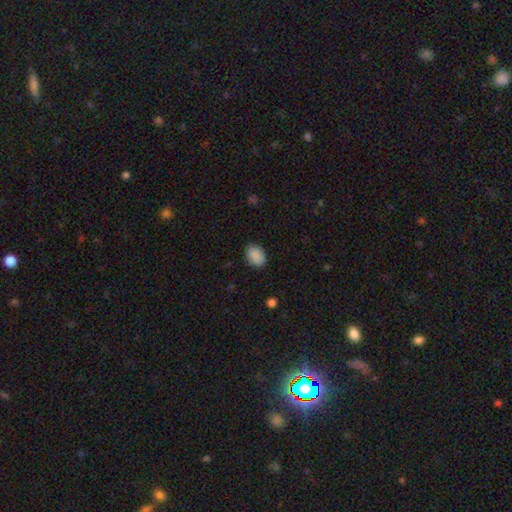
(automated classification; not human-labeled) A smooth galaxy with no disk features (89%) that is in between round and cigar-shaped (78%).

Vote fractions:
- Smooth or featured? smooth: 89% / star or artifact: 7% / featured or disk: 3%
- How rounded? in between: 78% / round: 21% / cigar-shaped: 1%
- Merging? none: 84% / minor disturbance: 12% / major disturbance: 3% / merger: 1%